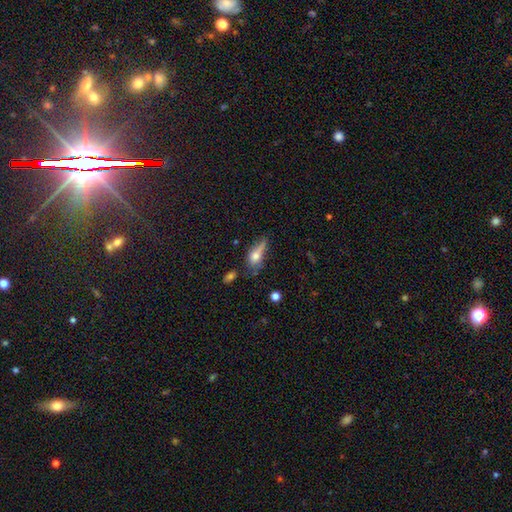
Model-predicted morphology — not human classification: A smooth galaxy with no disk features (64%) that is in between round and cigar-shaped (66%). Merging: none (33%).